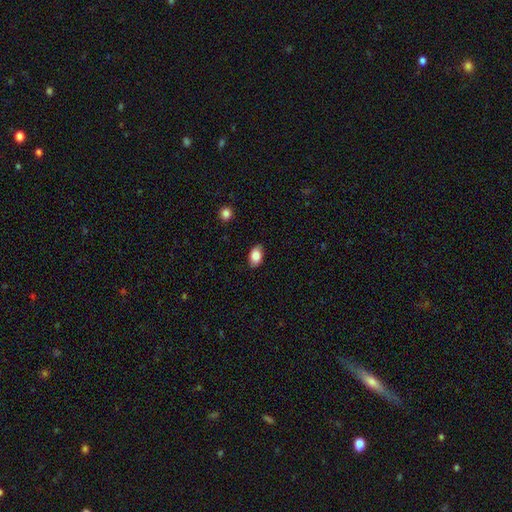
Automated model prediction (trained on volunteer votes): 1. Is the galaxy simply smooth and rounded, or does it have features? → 86% smooth, 7% star or artifact, 7% featured or disk.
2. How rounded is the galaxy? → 88% in between, 11% round, 2% cigar-shaped.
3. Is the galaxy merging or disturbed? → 82% none, 14% minor disturbance, 3% major disturbance, 1% merger.